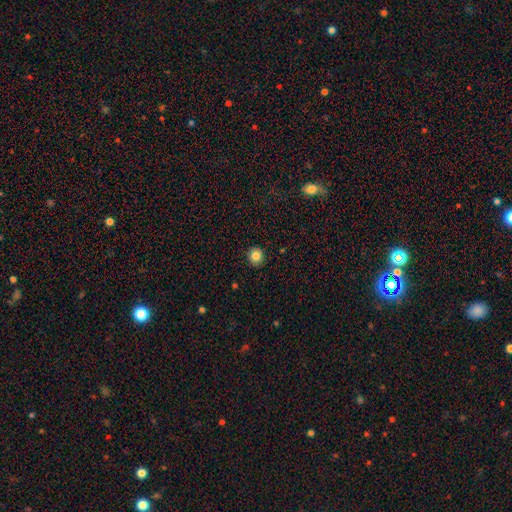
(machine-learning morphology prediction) Q: Smooth or featured?
A: smooth (84%); runner-up: star or artifact (10%)
Q: How rounded?
A: round (89%); runner-up: in between (10%)
Q: Merging?
A: none (90%); runner-up: minor disturbance (7%)